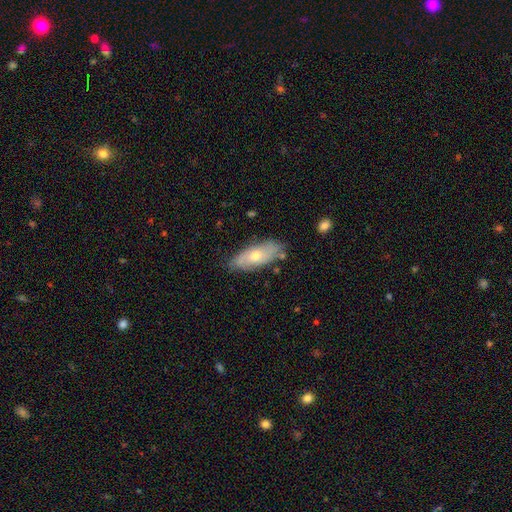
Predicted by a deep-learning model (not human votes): Q: Smooth or featured?
A: featured or disk (48%); runner-up: smooth (45%)
Q: Merging?
A: none (76%); runner-up: minor disturbance (18%)